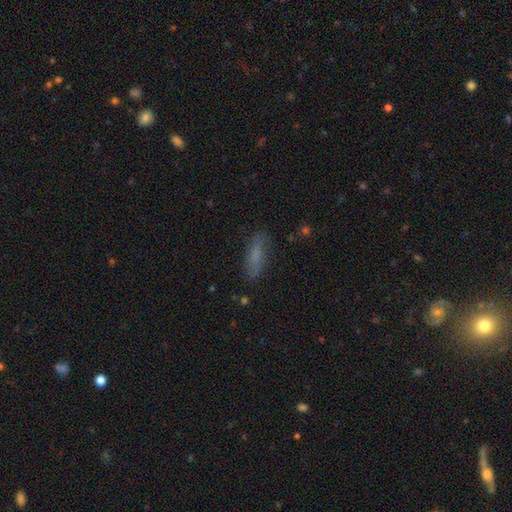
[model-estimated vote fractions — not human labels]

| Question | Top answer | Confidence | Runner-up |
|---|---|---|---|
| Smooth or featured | smooth | 65% | featured or disk (24%) |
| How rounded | cigar-shaped | 49% | in between (48%) |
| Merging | none | 79% | minor disturbance (15%) |